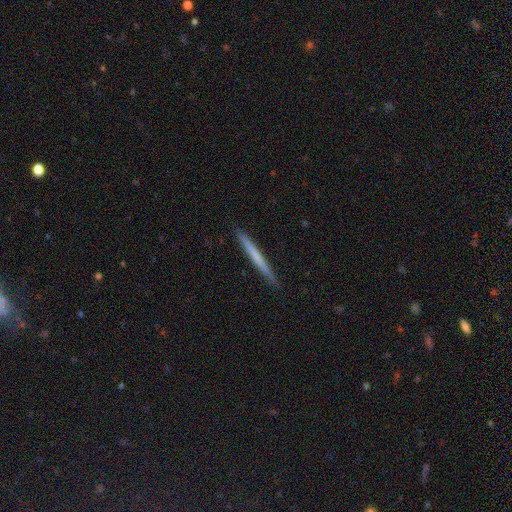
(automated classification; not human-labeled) Smooth or featured? Predicted: smooth (p=0.56). How rounded? Predicted: cigar-shaped (p=0.97). Merging? Predicted: none (p=0.91).